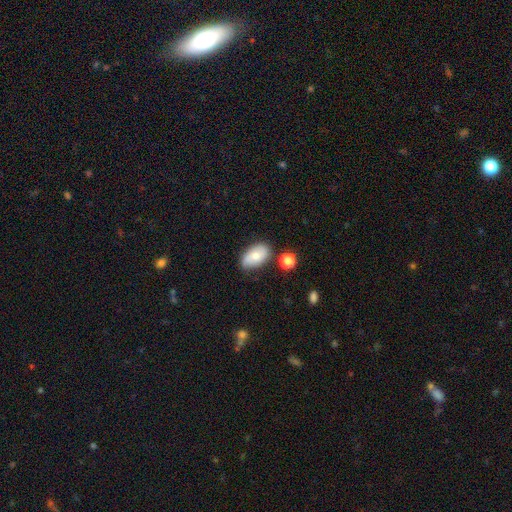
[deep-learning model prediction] Smooth or featured?
  - smooth: 68% *
  - featured or disk: 24%
  - star or artifact: 8%
How rounded?
  - in between: 92% *
  - round: 6%
  - cigar-shaped: 2%
Merging?
  - none: 73% *
  - minor disturbance: 18%
  - merger: 6%
  - major disturbance: 4%